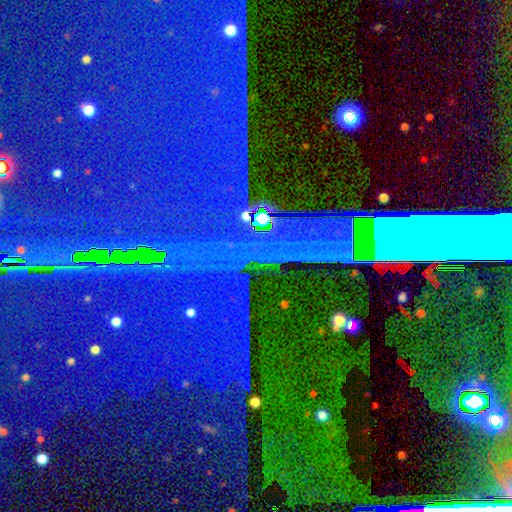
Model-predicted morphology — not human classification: This appears to be a star or artifact, not a galaxy (83%).